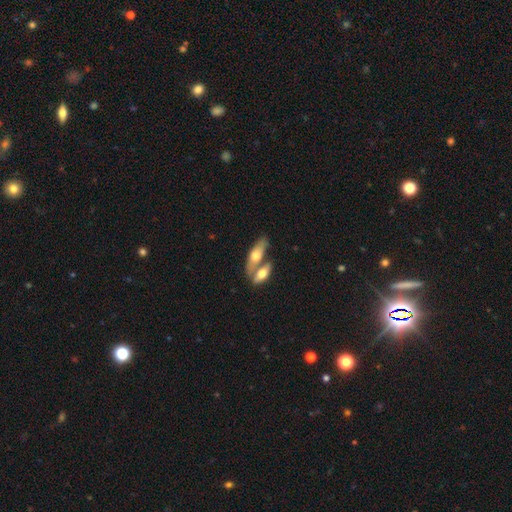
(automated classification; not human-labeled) Smooth or featured: smooth — 57% (featured or disk — 38%)
How rounded: in between — 69% (cigar-shaped — 27%)
Merging: merger — 53% (none — 35%)